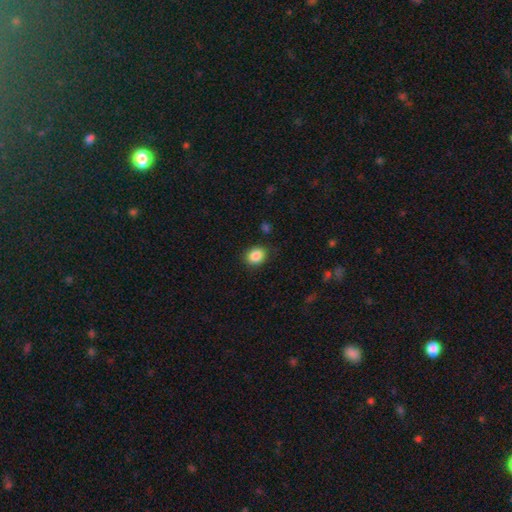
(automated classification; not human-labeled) Smooth or featured: smooth — 87% (star or artifact — 9%)
How rounded: round — 54% (in between — 45%)
Merging: none — 84% (minor disturbance — 11%)